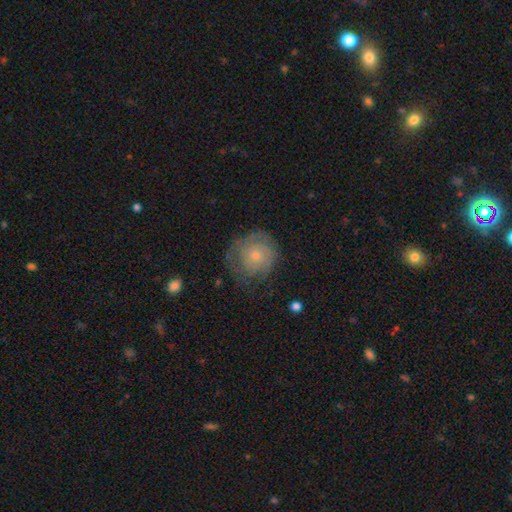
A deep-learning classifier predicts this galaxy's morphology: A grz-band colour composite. It shows a smooth galaxy with no disk features (47%). Merging: none (59%).